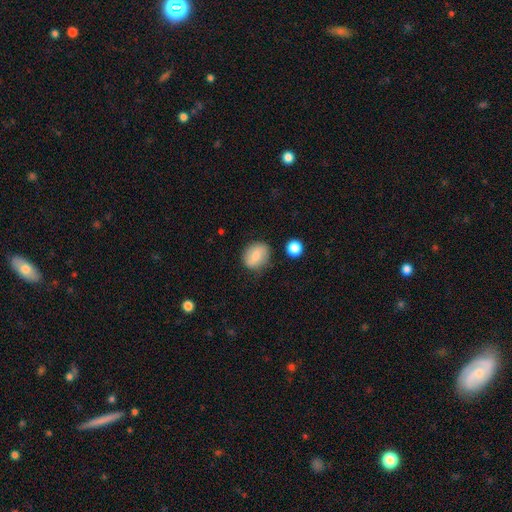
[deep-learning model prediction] Morphology: type=smooth (69%); roundness=round (55%); merging=none (77%).